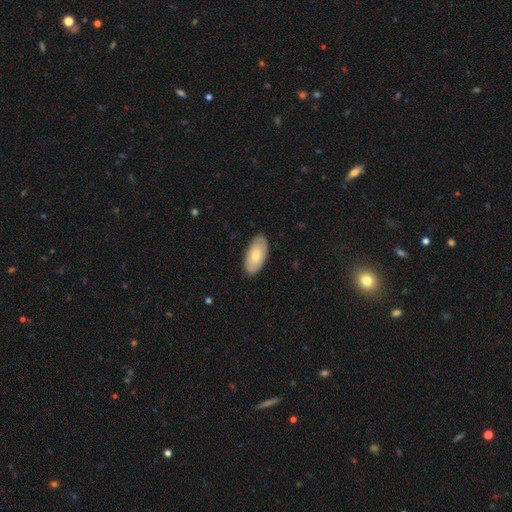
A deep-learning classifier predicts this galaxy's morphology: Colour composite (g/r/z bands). It shows a smooth galaxy with no disk features (73%) that is in between round and cigar-shaped (95%). Merging: none (86%).